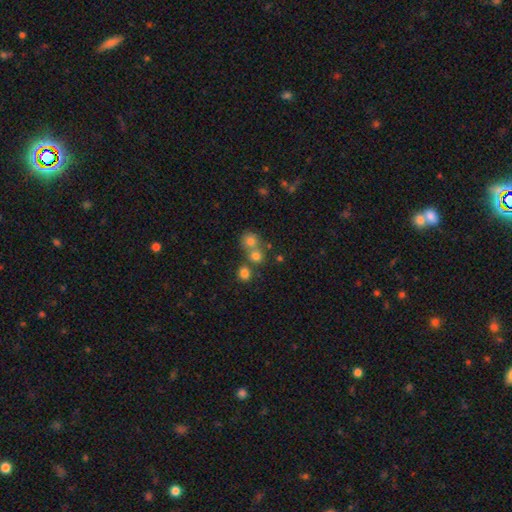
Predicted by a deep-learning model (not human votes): smooth-or-featured: smooth: 74% | star or artifact: 16% | featured or disk: 10%
  how-rounded: round: 84% | in between: 15% | cigar-shaped: 1%
  merging: none: 52% | merger: 39% | minor disturbance: 6% | major disturbance: 3%